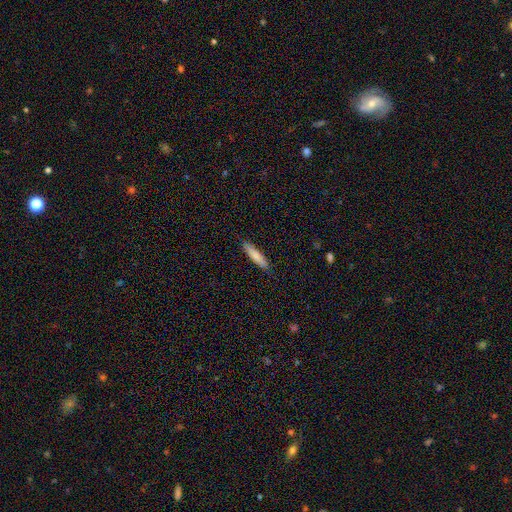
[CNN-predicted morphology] smooth_or_featured: smooth (p=0.80) [alt: featured or disk p=0.15]
how_rounded: cigar-shaped (p=0.83) [alt: in between p=0.15]
merging: none (p=0.89) [alt: minor disturbance p=0.08]